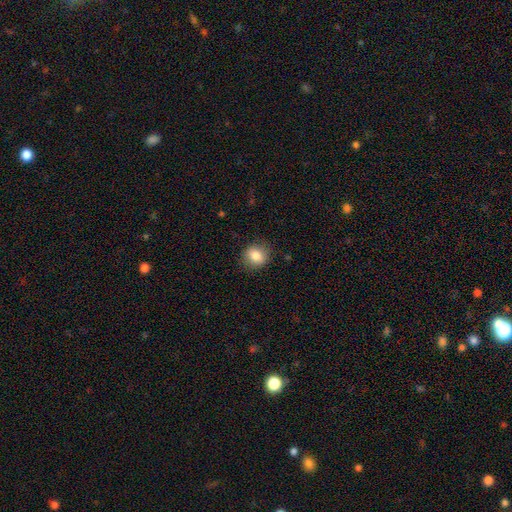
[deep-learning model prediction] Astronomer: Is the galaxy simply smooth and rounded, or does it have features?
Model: smooth — 84%.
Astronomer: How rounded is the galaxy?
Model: round — 73%.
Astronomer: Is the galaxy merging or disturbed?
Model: none — 85%.